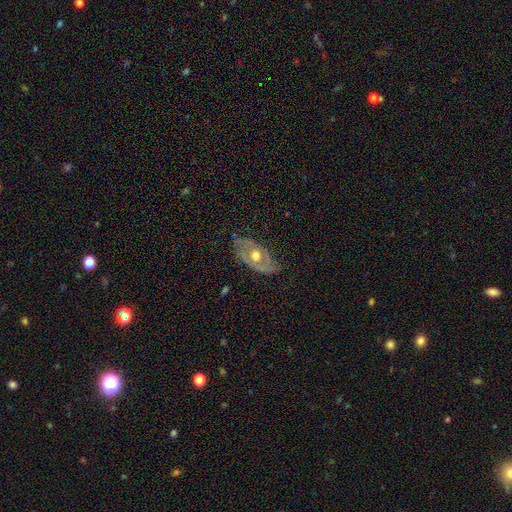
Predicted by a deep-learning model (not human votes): Smooth or featured: featured or disk — 69% (smooth — 26%)
Edge-on disk: no — 88% (yes — 12%)
Bar: no — 85% (weak — 12%)
Spiral arms: no — 57% (yes — 43%)
Bulge size: moderate — 77% (large — 14%)
Merging: none — 68% (minor disturbance — 24%)